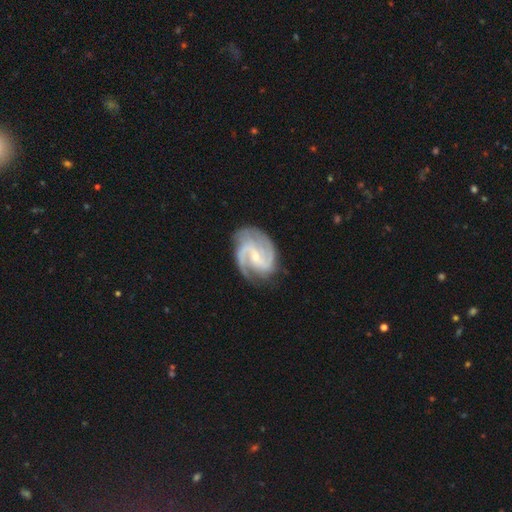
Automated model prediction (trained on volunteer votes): Smooth or featured? Predicted: featured or disk (p=0.91). Edge-on disk? Predicted: no (p=0.98). Bar? Predicted: weak (p=0.49). Spiral arms? Predicted: yes (p=0.98). Spiral winding? Predicted: medium (p=0.54). Spiral arm count? Predicted: 2 (p=0.63). Bulge size? Predicted: small (p=0.67). Merging? Predicted: none (p=0.75).